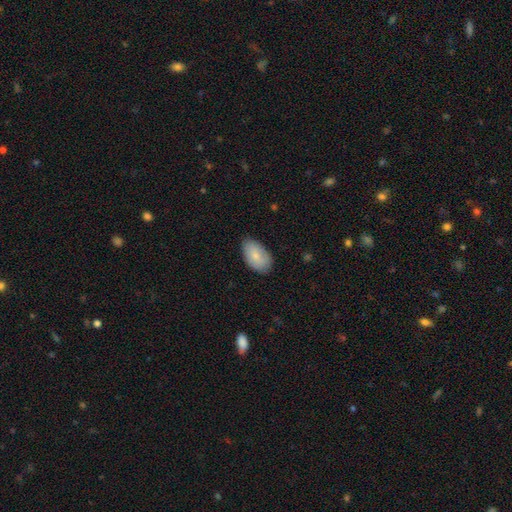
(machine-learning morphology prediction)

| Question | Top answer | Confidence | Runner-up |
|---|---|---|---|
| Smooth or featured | smooth | 80% | featured or disk (14%) |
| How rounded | in between | 94% | round (5%) |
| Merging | none | 78% | minor disturbance (18%) |